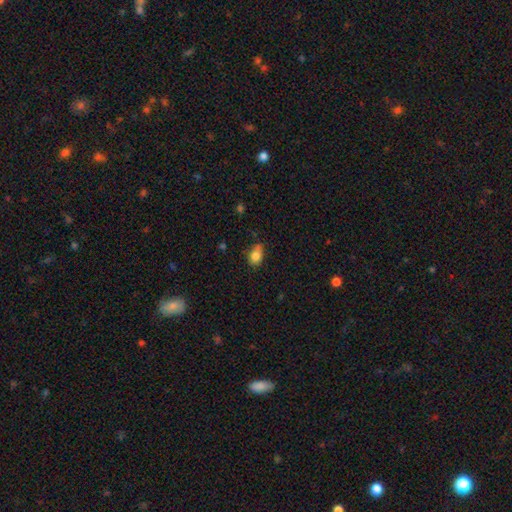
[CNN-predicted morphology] The model was most divided on "merging": none: 57%, minor disturbance: 33%, major disturbance: 6%, merger: 4%. More confident: smooth or featured — smooth (83%); how rounded — in between (78%).